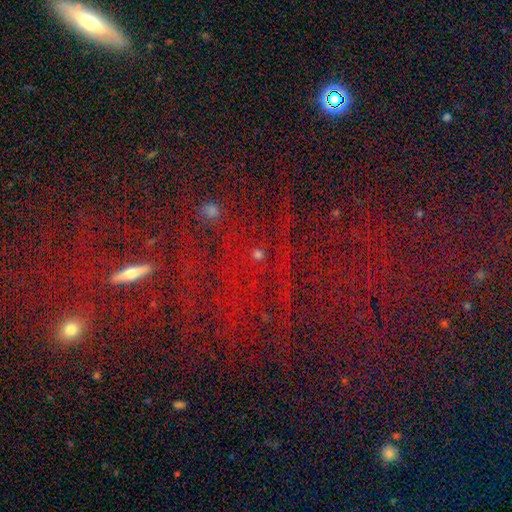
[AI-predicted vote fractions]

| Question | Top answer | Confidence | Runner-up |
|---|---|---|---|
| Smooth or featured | star or artifact | 64% | smooth (22%) |